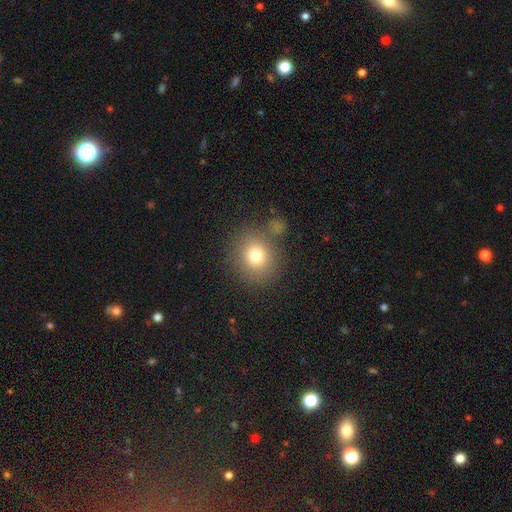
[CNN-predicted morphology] Smooth or featured? Predicted: smooth (p=0.75). How rounded? Predicted: round (p=0.85). Merging? Predicted: none (p=0.77).